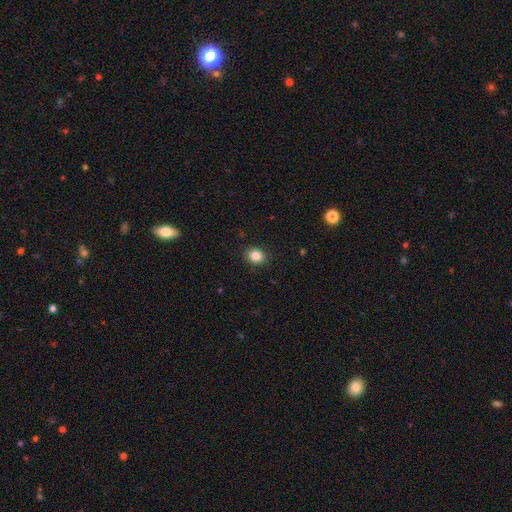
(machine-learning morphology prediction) This appears to be a smooth galaxy with no disk features (85%) that is round (60%). Merging: none (88%).